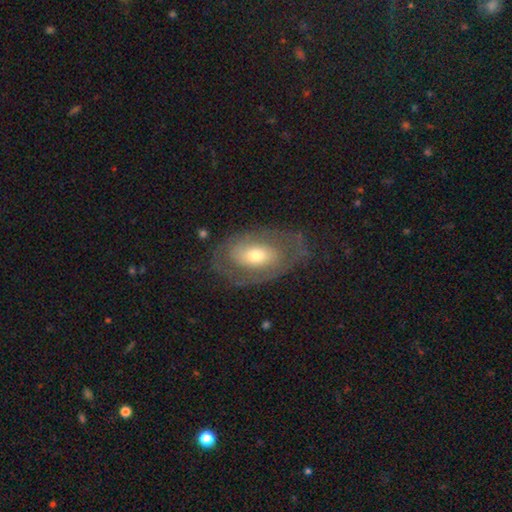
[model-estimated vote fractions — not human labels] The model was most divided on "spiral arms": yes: 64%, no: 36%. More confident: edge-on disk — no (93%); merging — none (69%); smooth or featured — featured or disk (66%); bar — no (64%); bulge size — moderate (59%).